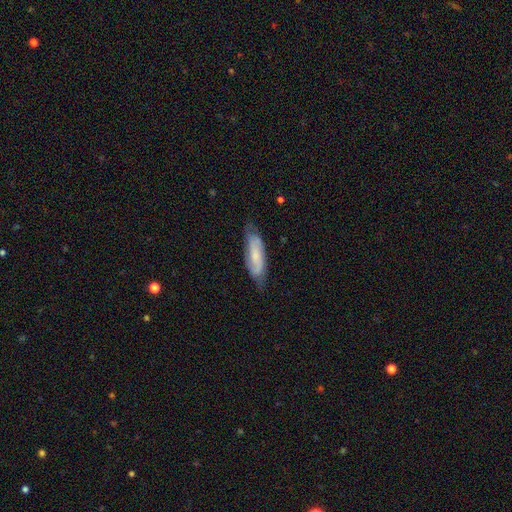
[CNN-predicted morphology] smooth_or_featured: featured or disk (p=0.55) [alt: smooth p=0.38]
disk_edge_on: no (p=0.80) [alt: yes p=0.20]
merging: none (p=0.70) [alt: minor disturbance p=0.23]